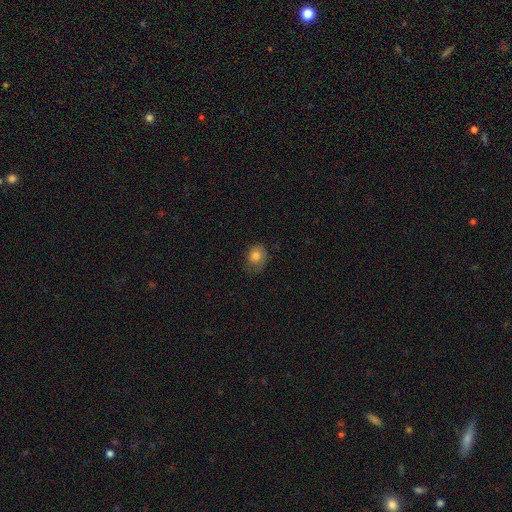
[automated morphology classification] The model was most divided on "how rounded": round: 53%, in between: 46%, cigar-shaped: 1%. More confident: smooth or featured — smooth (77%); merging — none (56%).